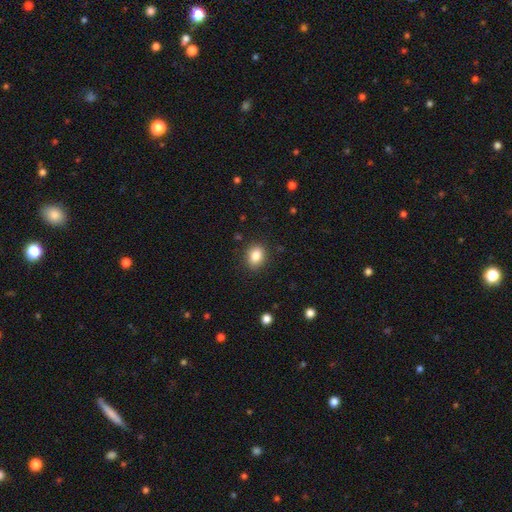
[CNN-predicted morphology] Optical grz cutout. It shows a smooth galaxy with no disk features (85%) that is in between round and cigar-shaped (53%). Merging: none (87%).